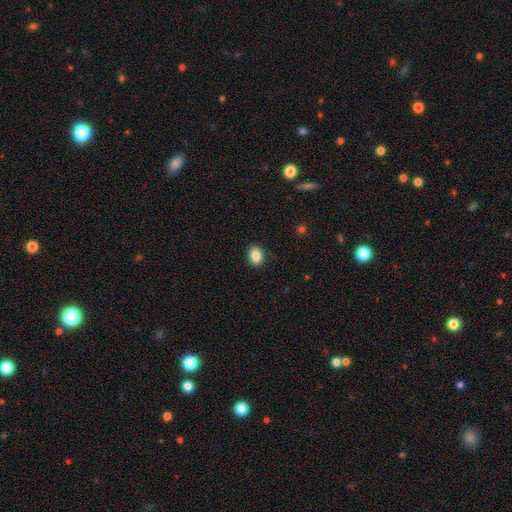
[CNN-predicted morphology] A smooth galaxy with no disk features (86%) that is in between round and cigar-shaped (74%).

Vote fractions:
- Smooth or featured? smooth: 86% / star or artifact: 8% / featured or disk: 5%
- How rounded? in between: 74% / round: 24% / cigar-shaped: 1%
- Merging? none: 88% / minor disturbance: 9% / major disturbance: 2% / merger: 1%